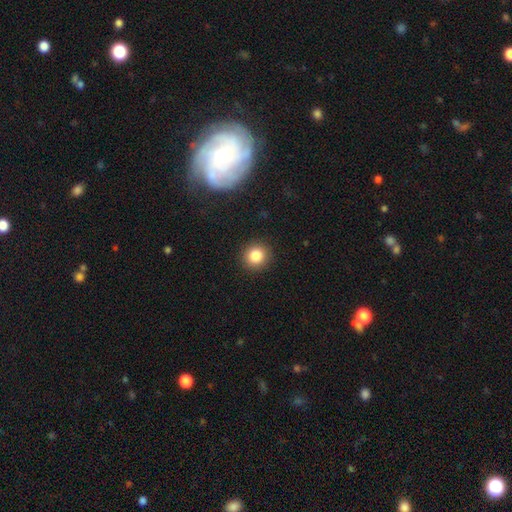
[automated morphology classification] This appears to be a smooth galaxy with no disk features (84%) that is round (90%). Merging: none (91%).